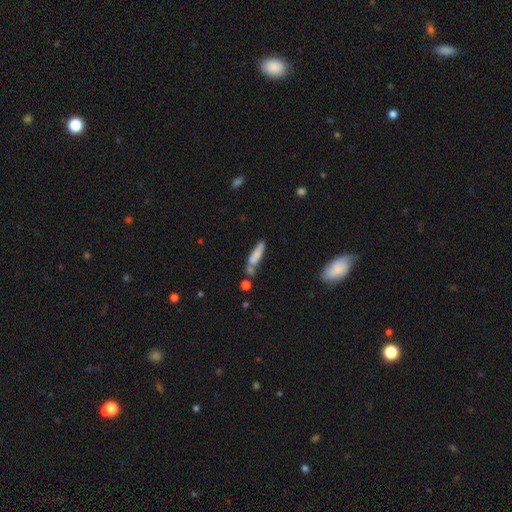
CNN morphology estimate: This is likely a smooth galaxy (74%). How rounded: likely cigar-shaped (77%). Merging: possibly none (48%).